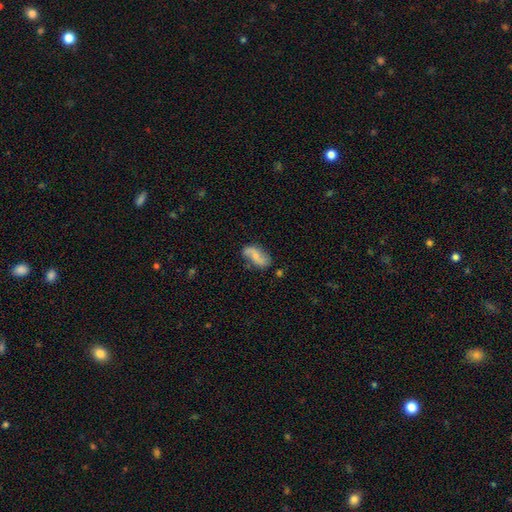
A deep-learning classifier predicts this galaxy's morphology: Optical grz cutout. It shows a featured or disk galaxy (55%) with no bar (50%), spiral arms (87%) and a small central bulge (49%). Merging: none (66%).